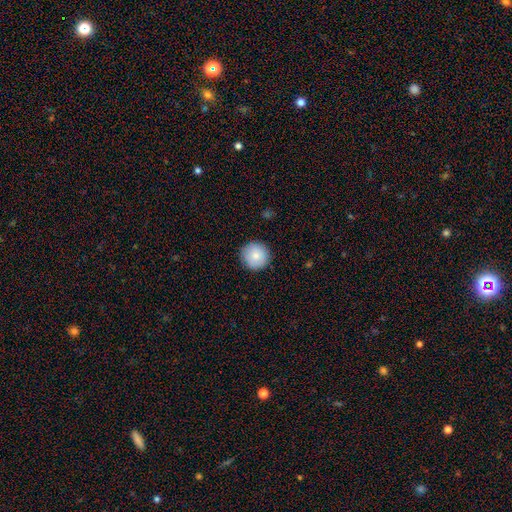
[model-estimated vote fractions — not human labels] This appears to be a smooth galaxy with no disk features (83%) that is round (95%). Merging: none (90%).